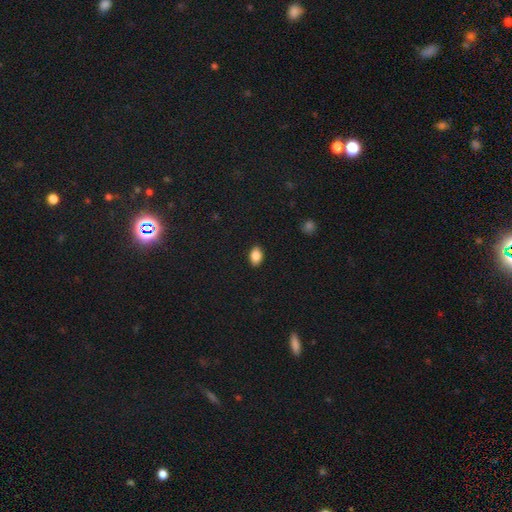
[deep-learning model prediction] smooth-or-featured: smooth: 86% | star or artifact: 8% | featured or disk: 6%
  how-rounded: in between: 88% | round: 11% | cigar-shaped: 2%
  merging: none: 89% | minor disturbance: 8% | major disturbance: 2% | merger: 1%